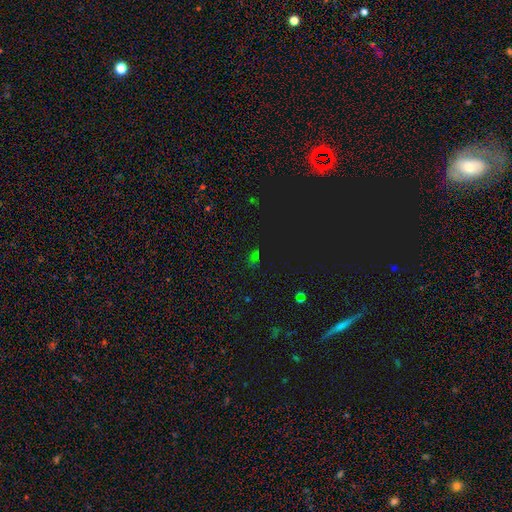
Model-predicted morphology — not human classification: smooth_or_featured: star or artifact (p=0.61) [alt: smooth p=0.32]